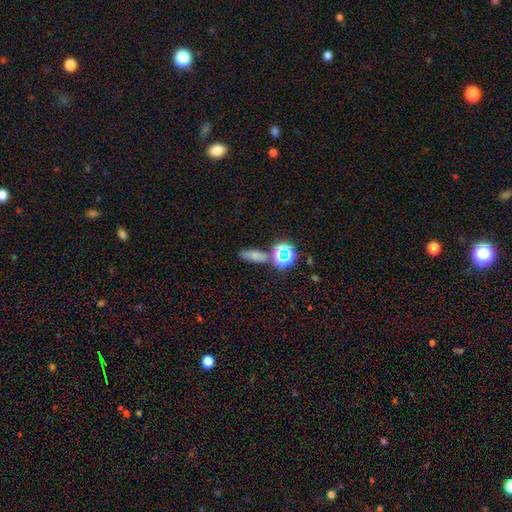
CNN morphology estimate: Smooth or featured? smooth (67%)
How rounded? in between (60%)
Merging? none (70%)